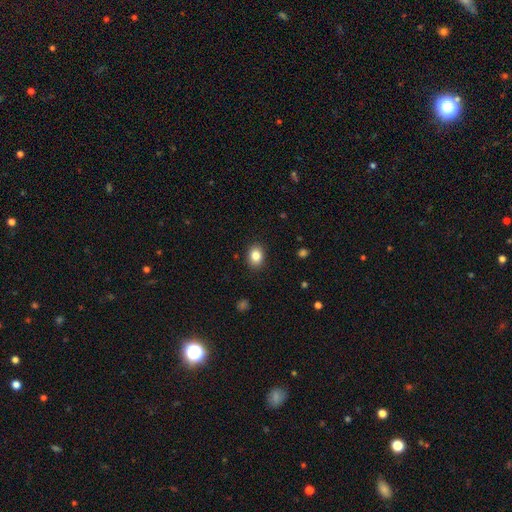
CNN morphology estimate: Q: Smooth or featured?
A: smooth (84%); runner-up: star or artifact (9%)
Q: How rounded?
A: in between (61%); runner-up: round (38%)
Q: Merging?
A: none (88%); runner-up: minor disturbance (8%)